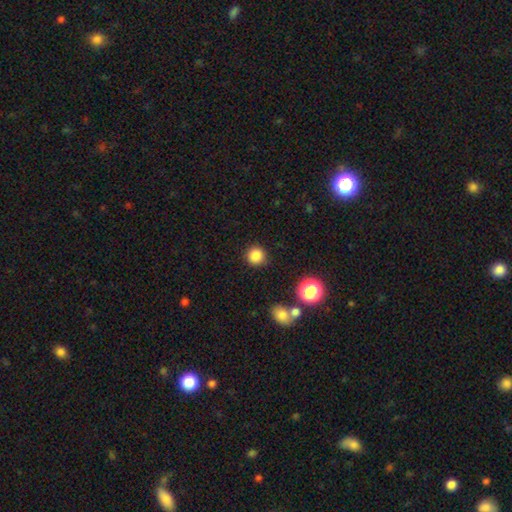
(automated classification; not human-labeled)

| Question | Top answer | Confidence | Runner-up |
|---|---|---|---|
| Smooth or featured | smooth | 84% | star or artifact (12%) |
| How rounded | round | 93% | in between (6%) |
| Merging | none | 88% | minor disturbance (7%) |